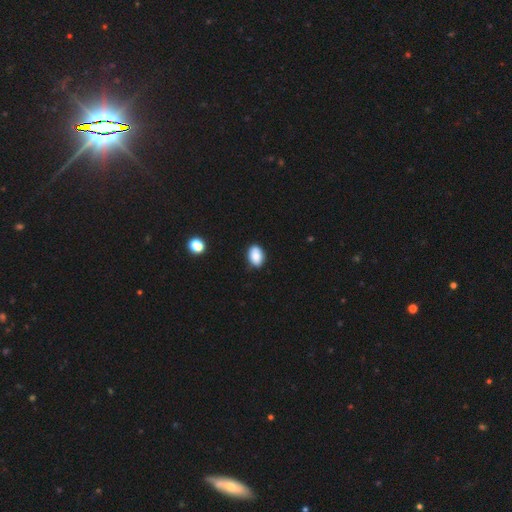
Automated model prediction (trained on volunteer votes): A smooth galaxy with no disk features (87%) that is in between round and cigar-shaped (86%). Merging: none (86%).